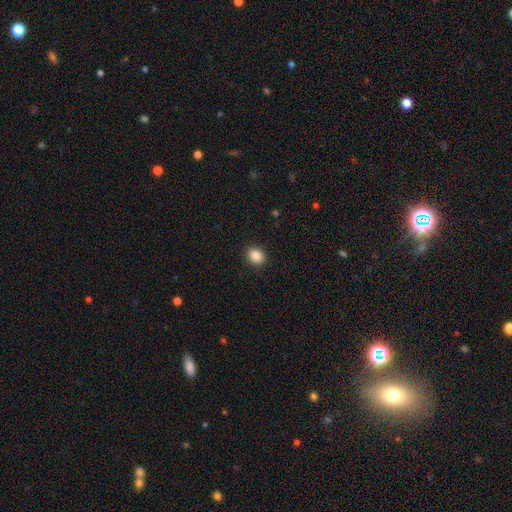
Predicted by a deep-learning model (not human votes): This appears to be a smooth galaxy with no disk features (87%) that is round (50%). Merging: none (90%).